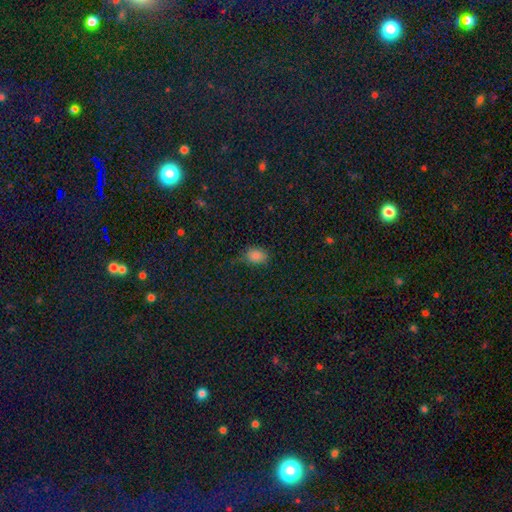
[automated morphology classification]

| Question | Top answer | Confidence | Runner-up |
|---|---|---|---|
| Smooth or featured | smooth | 79% | star or artifact (15%) |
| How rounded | in between | 63% | round (35%) |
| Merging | none | 62% | minor disturbance (27%) |